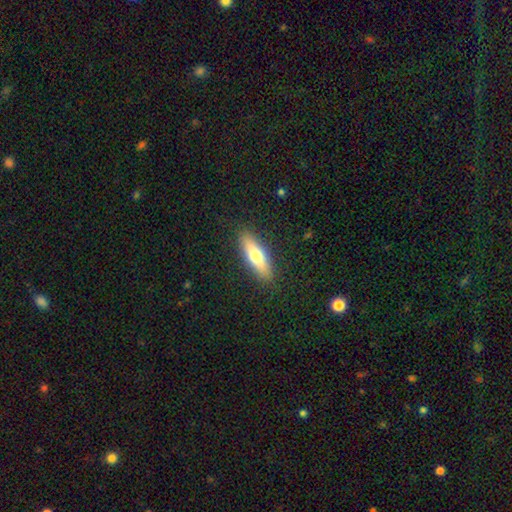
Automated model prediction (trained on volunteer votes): smooth 63%, featured or disk 31%, star or artifact 6%. Down the decision tree: how rounded — cigar-shaped (59%); merging — none (89%).